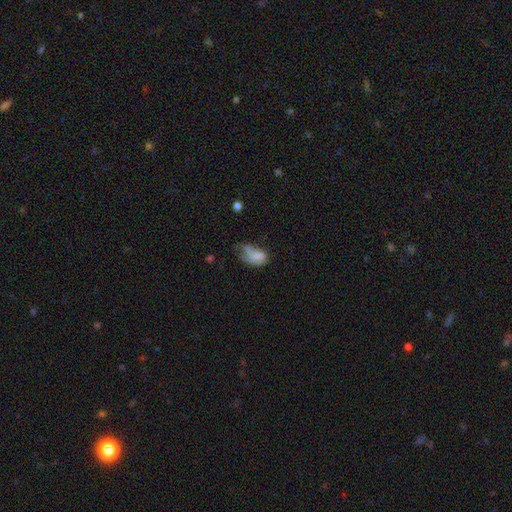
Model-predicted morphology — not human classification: Overall: smooth (66%). How rounded: in between (88%). Merging: major disturbance (38%; minor disturbance 33%).